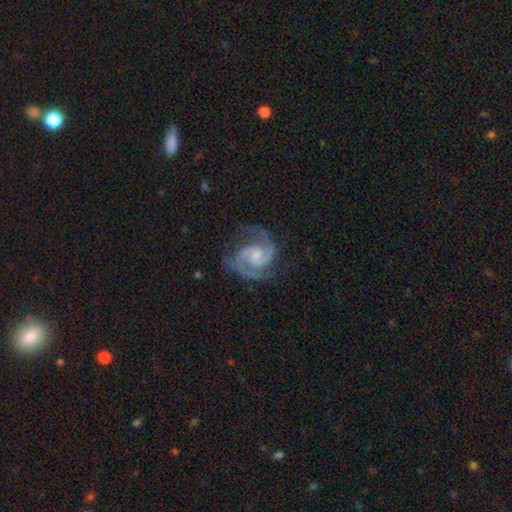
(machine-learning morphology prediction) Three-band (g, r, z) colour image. It shows a featured or disk galaxy (92%) with no bar (52%), 2 (90%) medium (58%) spiral arms (98%) and a small central bulge (47%). Merging: none (73%).